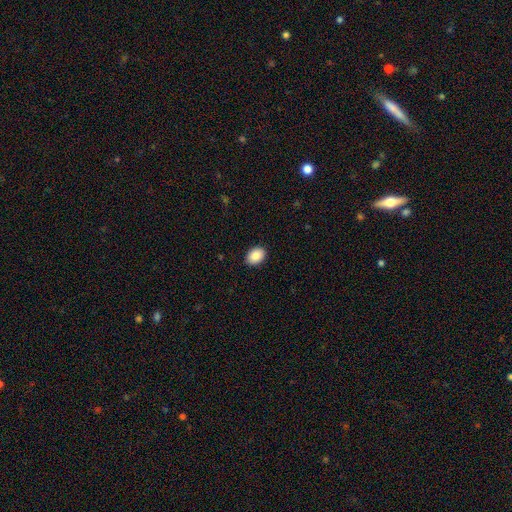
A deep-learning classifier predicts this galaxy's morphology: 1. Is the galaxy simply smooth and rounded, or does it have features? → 87% smooth, 7% star or artifact, 5% featured or disk.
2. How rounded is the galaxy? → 72% in between, 27% round, 1% cigar-shaped.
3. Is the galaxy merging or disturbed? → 90% none, 7% minor disturbance, 2% major disturbance, 1% merger.